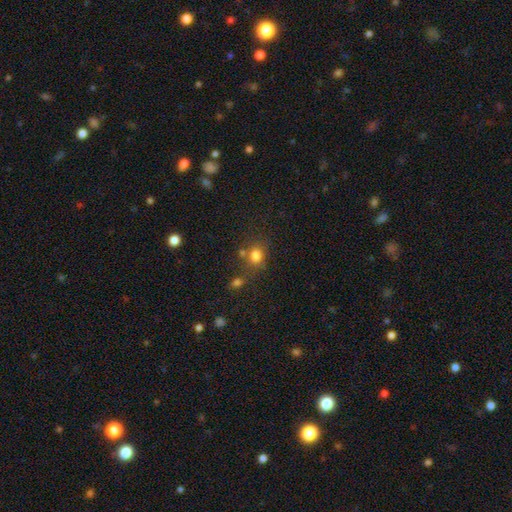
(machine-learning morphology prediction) type=smooth (78%); roundness=round (70%); merging=none (60%).